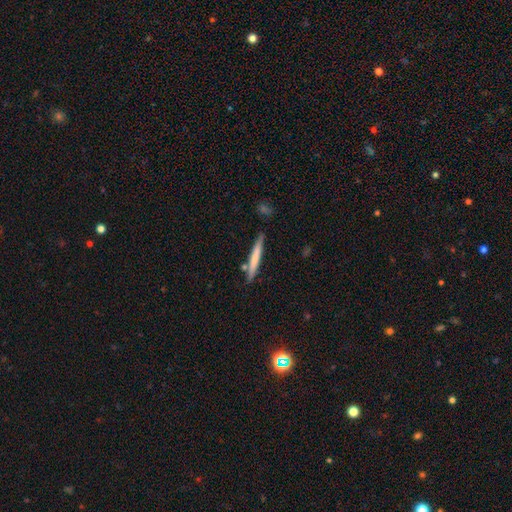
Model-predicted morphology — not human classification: Smooth or featured? featured or disk (46%)
Merging? none (84%)